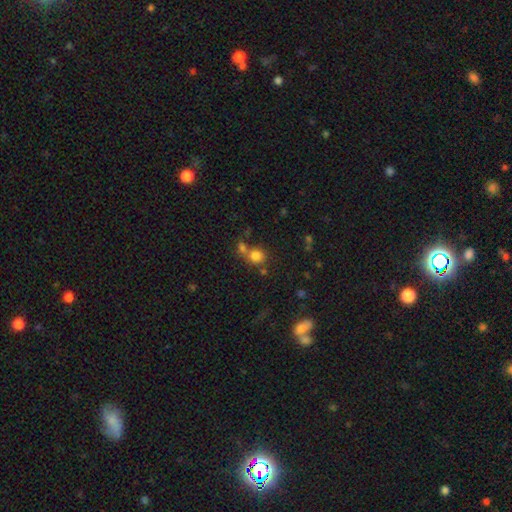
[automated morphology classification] A smooth galaxy with no disk features (79%) that is round (83%). Merging: none (52%).